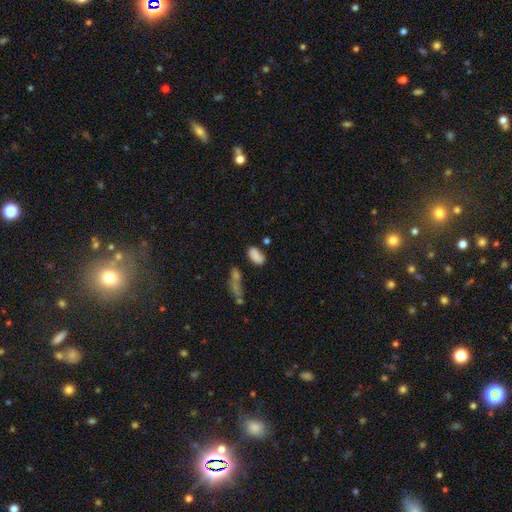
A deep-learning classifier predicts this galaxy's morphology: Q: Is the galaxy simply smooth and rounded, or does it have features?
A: smooth — 74%.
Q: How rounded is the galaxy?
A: in between — 91%.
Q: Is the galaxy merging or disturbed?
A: none — 55%.